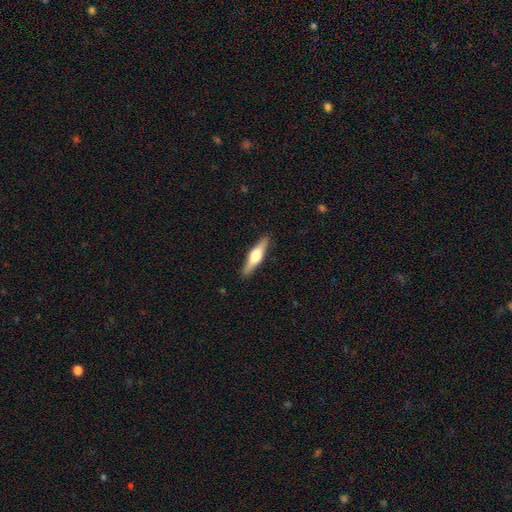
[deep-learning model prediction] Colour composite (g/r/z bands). It shows a featured or disk galaxy (60%) viewed edge-on (96%) with a rounded central bulge (91%). Merging: none (90%).